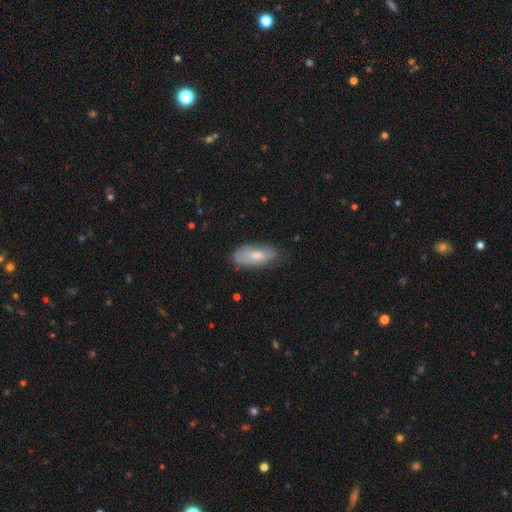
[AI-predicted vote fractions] A smooth galaxy with no disk features (66%) that is in between round and cigar-shaped (83%). Merging: none (68%).